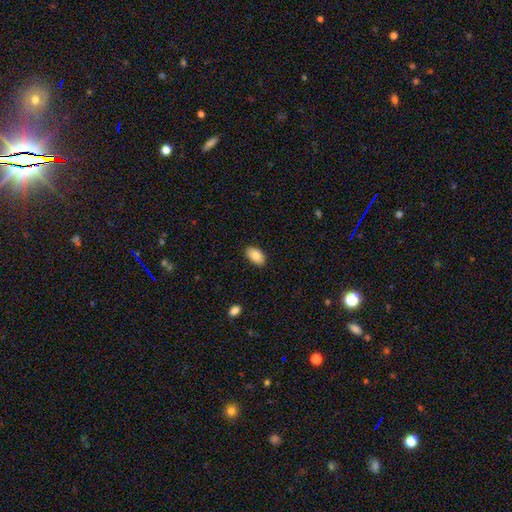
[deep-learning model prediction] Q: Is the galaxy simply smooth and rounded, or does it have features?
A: smooth — 86%.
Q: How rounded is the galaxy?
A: in between — 93%.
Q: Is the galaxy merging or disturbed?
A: none — 86%.